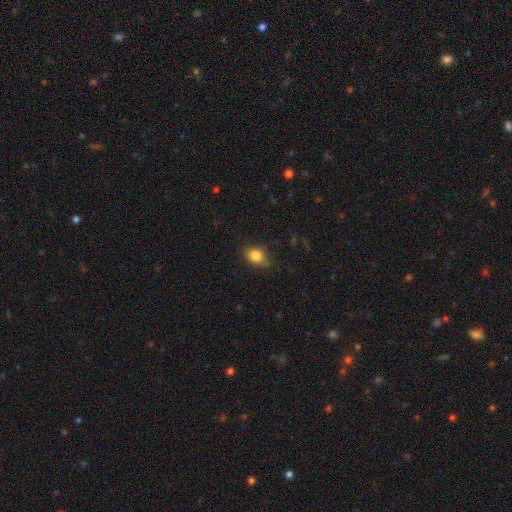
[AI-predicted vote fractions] A smooth galaxy with no disk features (85%) that is in between round and cigar-shaped (62%). Merging: none (78%).